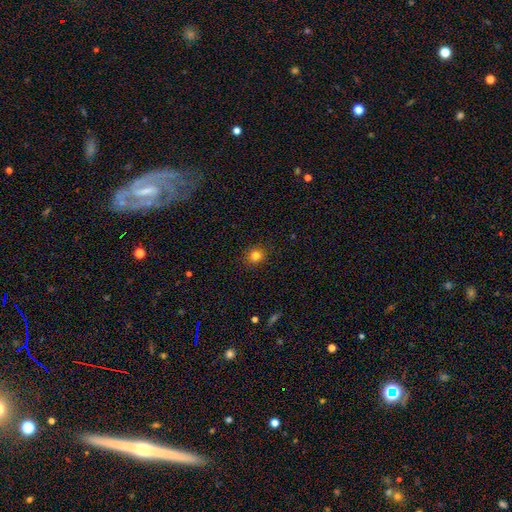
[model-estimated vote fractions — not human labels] smooth_or_featured: smooth (p=0.82) [alt: star or artifact p=0.13]
how_rounded: round (p=0.80) [alt: in between p=0.19]
merging: none (p=0.90) [alt: minor disturbance p=0.07]